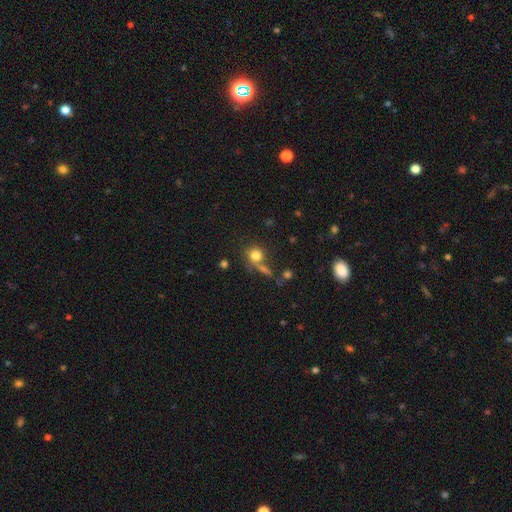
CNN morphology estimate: type=smooth (78%); roundness=round (83%); merging=none (57%).